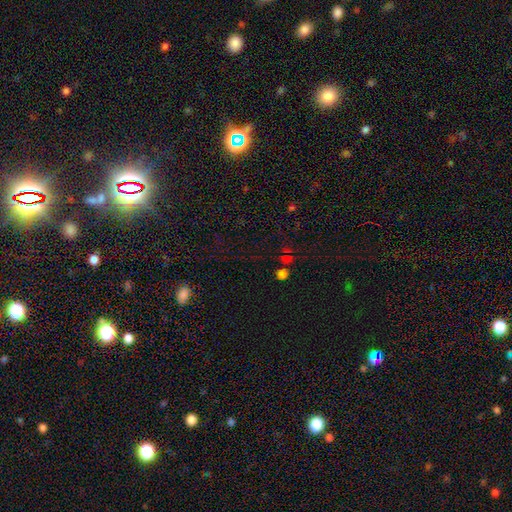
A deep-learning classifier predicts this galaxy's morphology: This is possibly a star or artifact rather than a galaxy (57%).